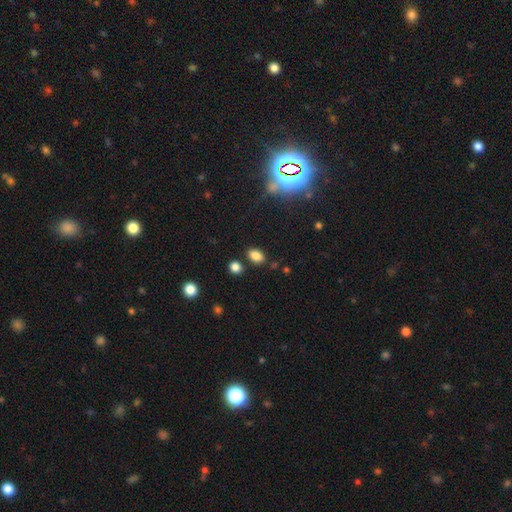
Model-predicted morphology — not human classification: Smooth or featured? smooth (83%)
How rounded? in between (81%)
Merging? none (81%)